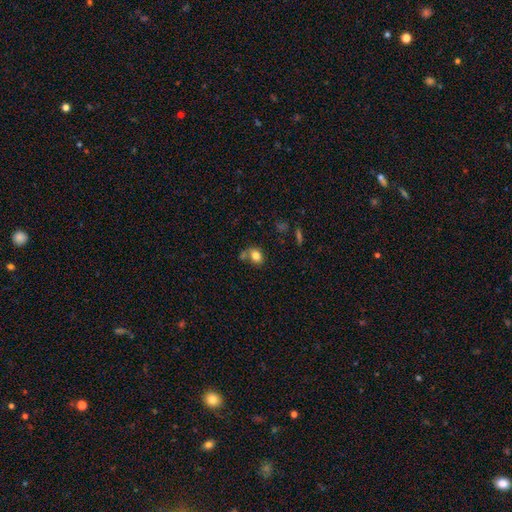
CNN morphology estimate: Overall: smooth (80%). How rounded: in between (55%; round 43%). Merging: none (51%; merger 24%).